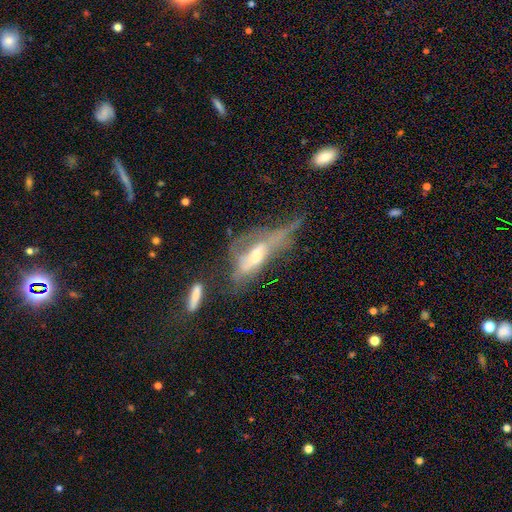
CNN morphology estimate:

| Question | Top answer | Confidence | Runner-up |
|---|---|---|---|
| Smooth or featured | featured or disk | 60% | smooth (29%) |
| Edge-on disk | no | 70% | yes (30%) |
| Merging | major disturbance | 49% | merger (20%) |